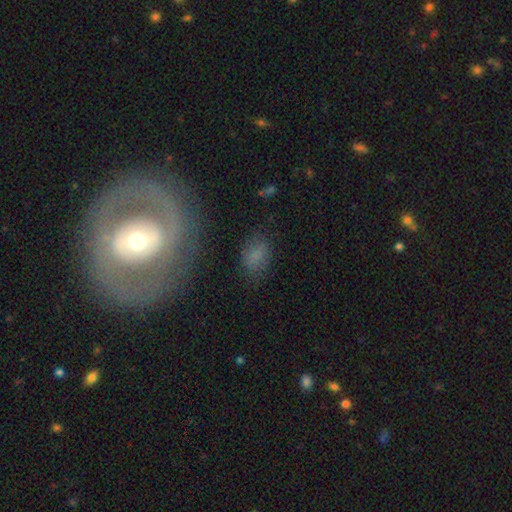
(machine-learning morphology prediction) The model was most divided on "merging": none: 73%, minor disturbance: 17%, major disturbance: 7%, merger: 3%. More confident: how rounded — in between (85%); smooth or featured — smooth (74%).